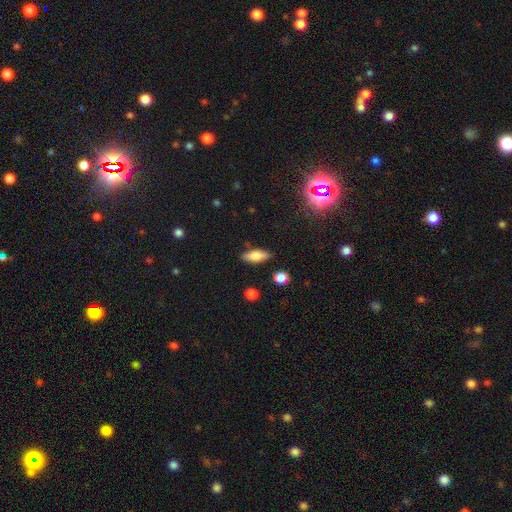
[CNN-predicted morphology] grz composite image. It shows a smooth galaxy with no disk features (74%) that is in between round and cigar-shaped (70%). Merging: none (82%).